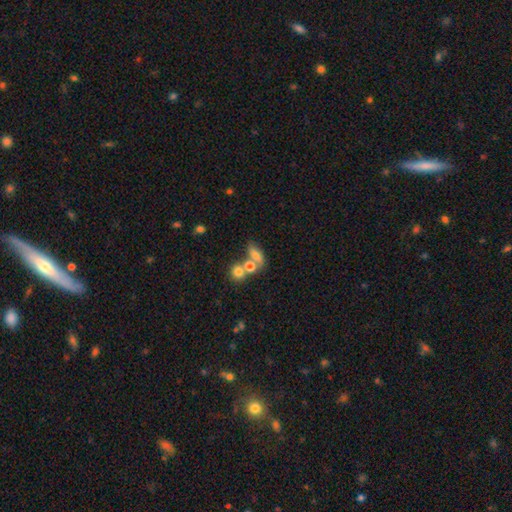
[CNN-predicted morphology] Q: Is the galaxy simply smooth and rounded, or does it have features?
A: smooth — 67%.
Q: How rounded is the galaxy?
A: in between — 67%.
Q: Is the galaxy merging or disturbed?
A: merger — 41%.